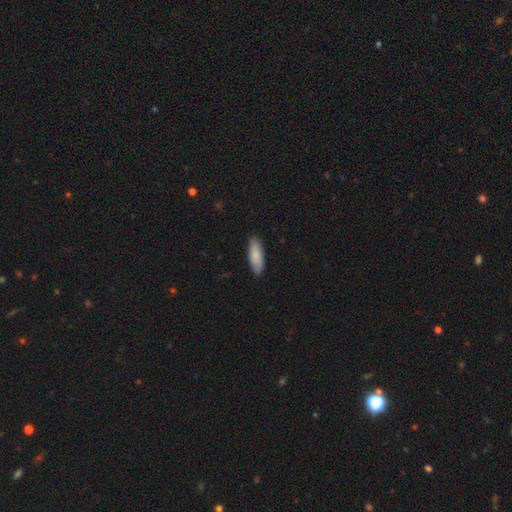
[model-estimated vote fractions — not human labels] Morphology: type=smooth (85%); roundness=in between (59%); merging=none (88%).